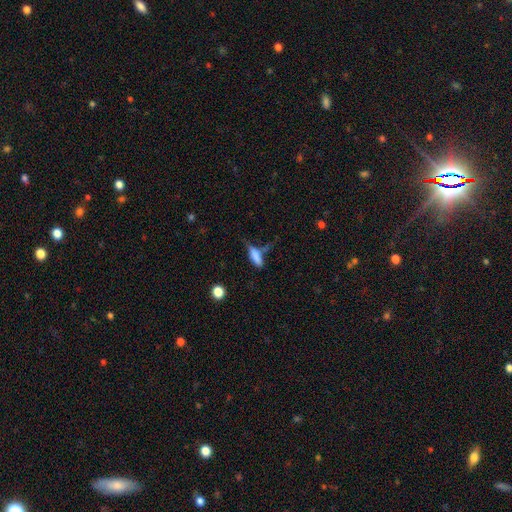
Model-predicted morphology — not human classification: Overall: smooth (77%). How rounded: in between (50%; cigar-shaped 47%). Merging: none (40%; minor disturbance 29%).